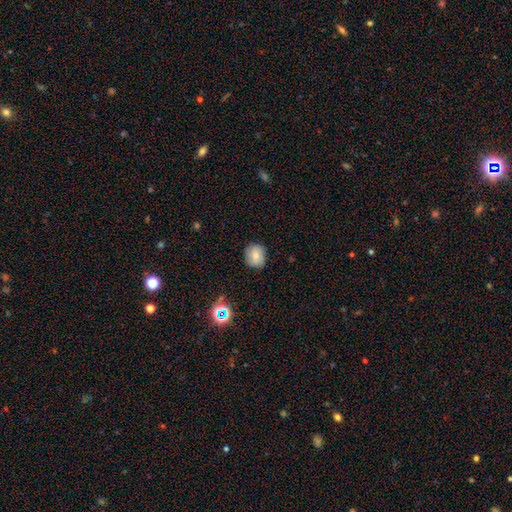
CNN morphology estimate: A smooth galaxy with no disk features (75%) that is round (76%). Merging: none (82%).